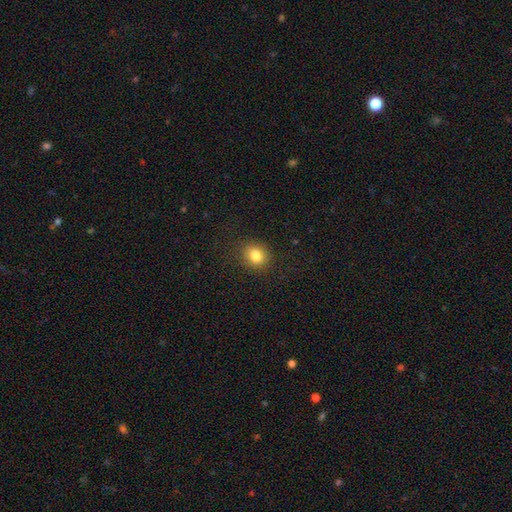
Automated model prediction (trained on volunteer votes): smooth-or-featured: smooth: 82% | star or artifact: 11% | featured or disk: 7%
  how-rounded: round: 74% | in between: 25% | cigar-shaped: 1%
  merging: none: 88% | minor disturbance: 8% | major disturbance: 3% | merger: 1%